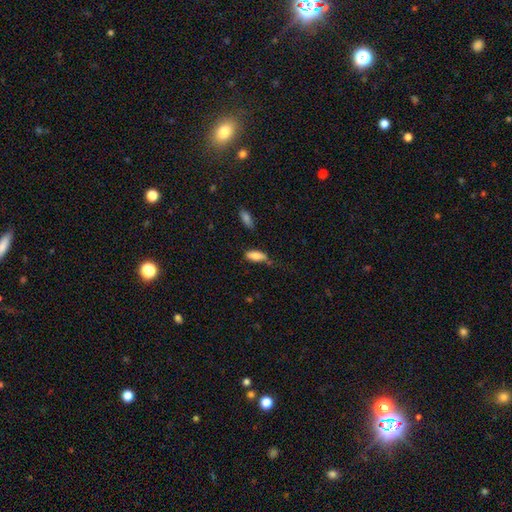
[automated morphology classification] The model was most divided on "merging": none: 63%, minor disturbance: 26%, major disturbance: 6%, merger: 5%. More confident: smooth or featured — smooth (83%); how rounded — in between (77%).